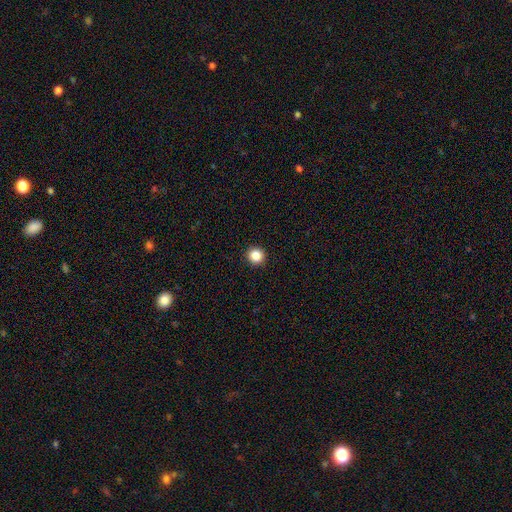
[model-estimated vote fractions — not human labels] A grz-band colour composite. It shows a smooth galaxy with no disk features (86%) that is round (95%). Merging: none (94%).